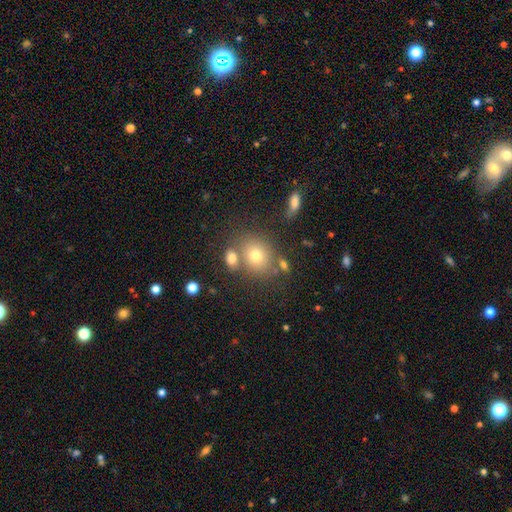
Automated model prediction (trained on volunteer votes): Smooth or featured? smooth (71%)
How rounded? round (63%)
Merging? none (63%)